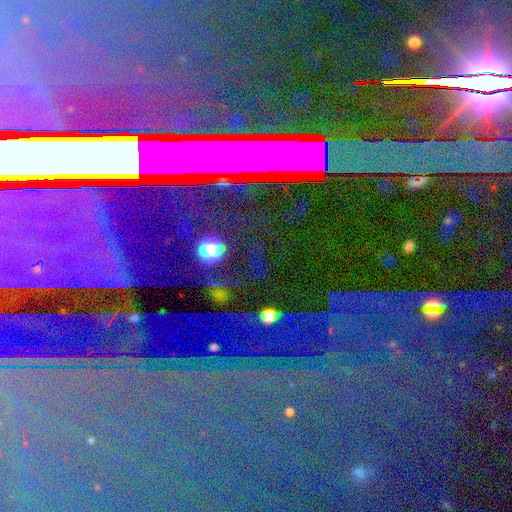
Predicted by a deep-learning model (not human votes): smooth_or_featured: star or artifact (p=0.83) [alt: featured or disk p=0.10]